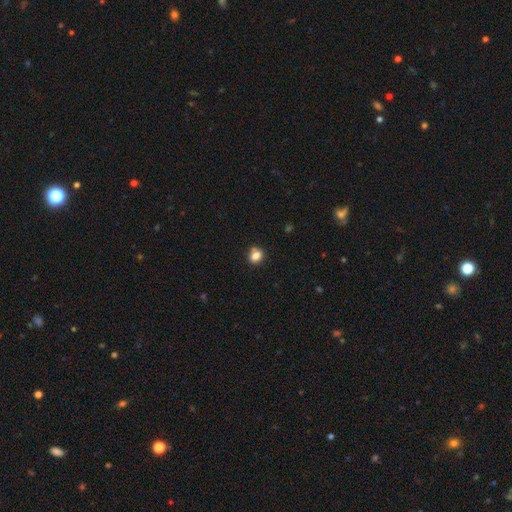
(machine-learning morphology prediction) type=smooth (81%); roundness=round (60%); merging=none (68%).